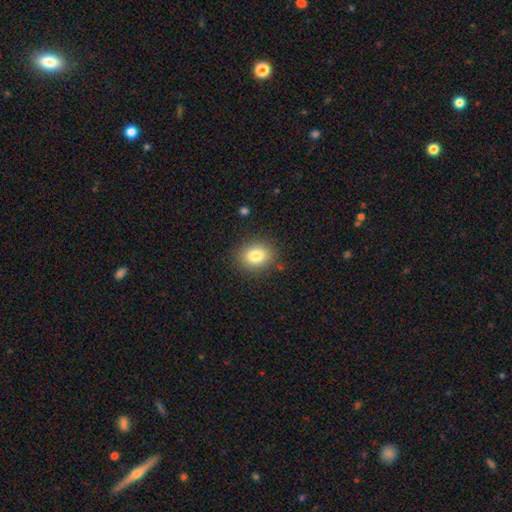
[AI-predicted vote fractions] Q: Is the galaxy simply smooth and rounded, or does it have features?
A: smooth — 83%.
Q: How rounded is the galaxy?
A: in between — 55%.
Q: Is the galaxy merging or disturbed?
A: none — 85%.